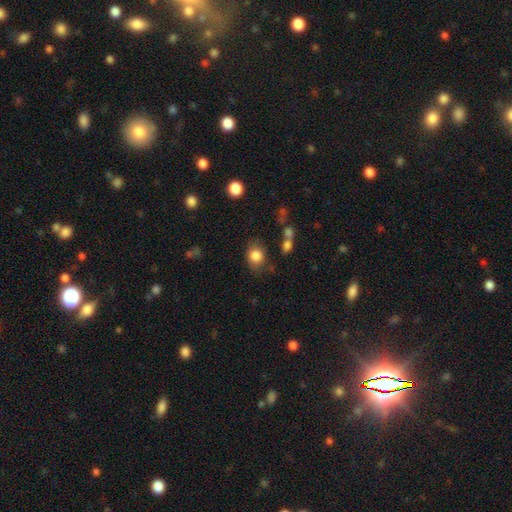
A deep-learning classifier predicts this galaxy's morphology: Q: Smooth or featured?
A: smooth (84%); runner-up: star or artifact (9%)
Q: How rounded?
A: round (55%); runner-up: in between (44%)
Q: Merging?
A: none (70%); runner-up: minor disturbance (19%)